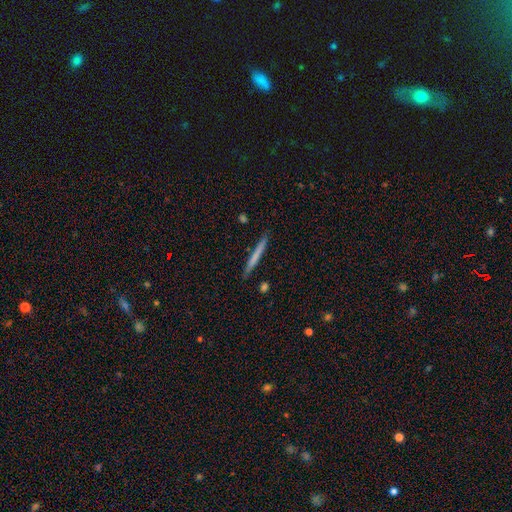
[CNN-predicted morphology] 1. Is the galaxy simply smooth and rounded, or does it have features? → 64% smooth, 30% featured or disk, 6% star or artifact.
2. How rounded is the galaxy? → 97% cigar-shaped, 2% in between, 1% round.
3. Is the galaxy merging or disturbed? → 89% none, 8% minor disturbance, 2% merger, 1% major disturbance.